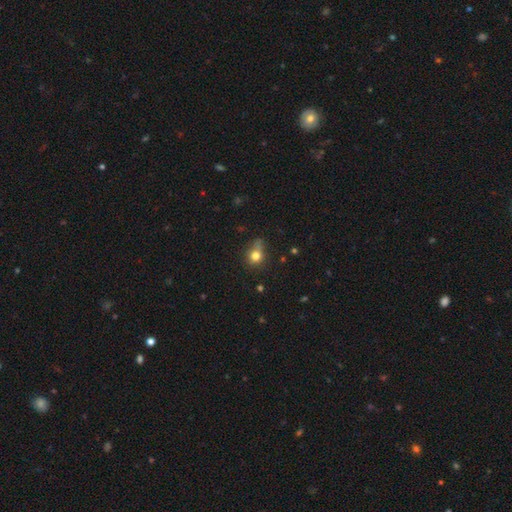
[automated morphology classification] A smooth galaxy with no disk features (77%) that is round (76%). Merging: none (53%).